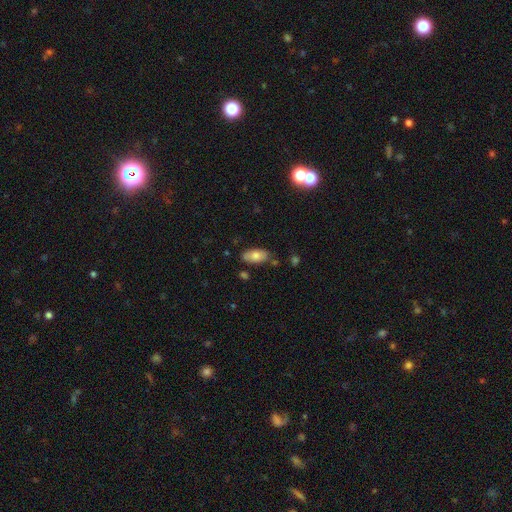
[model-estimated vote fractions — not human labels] Smooth or featured?
  - smooth: 76% *
  - featured or disk: 17%
  - star or artifact: 7%
How rounded?
  - in between: 91% *
  - cigar-shaped: 7%
  - round: 3%
Merging?
  - none: 77% *
  - minor disturbance: 16%
  - merger: 4%
  - major disturbance: 3%